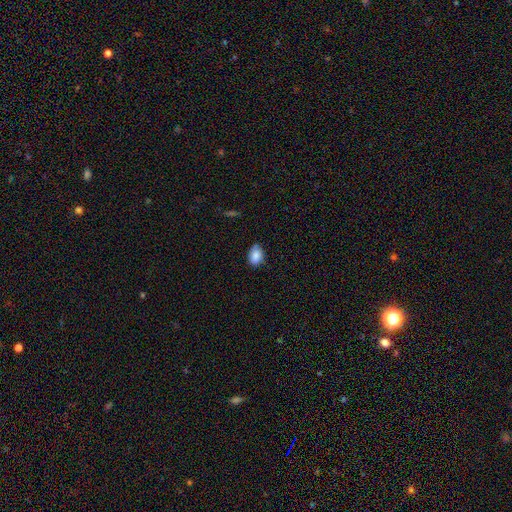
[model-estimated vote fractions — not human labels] Smooth or featured? Predicted: smooth (p=0.85). How rounded? Predicted: in between (p=0.80). Merging? Predicted: none (p=0.71).